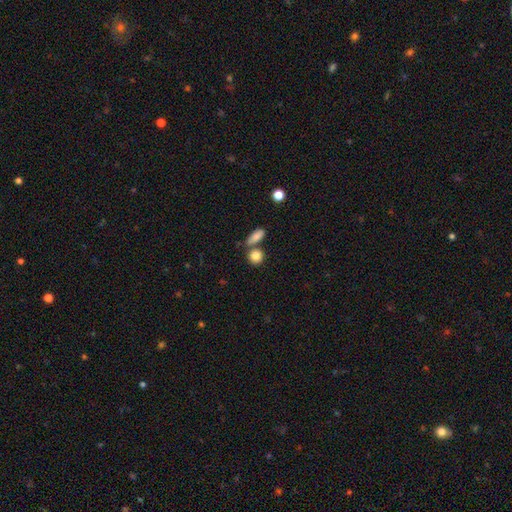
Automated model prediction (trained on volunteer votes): This appears to be a smooth galaxy with no disk features (85%) that is round (74%). Merging: none (60%).